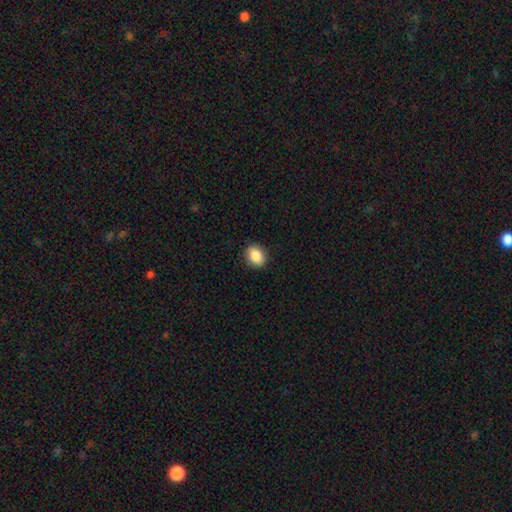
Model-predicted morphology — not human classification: This is clearly a smooth galaxy (87%). How rounded: possibly in between (55%). Merging: clearly none (89%).